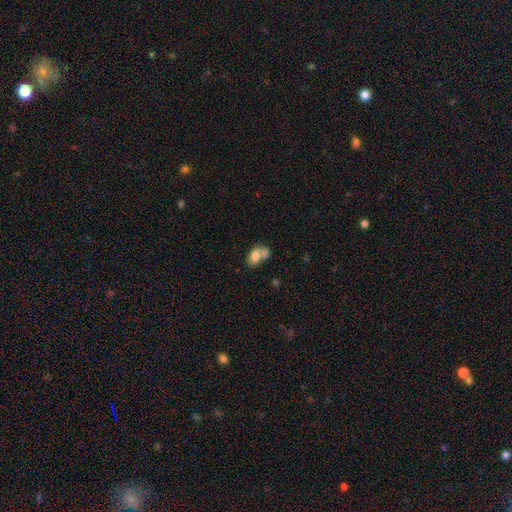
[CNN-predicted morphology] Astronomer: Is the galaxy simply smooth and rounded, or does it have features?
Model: smooth — 76%.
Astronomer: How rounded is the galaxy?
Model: in between — 82%.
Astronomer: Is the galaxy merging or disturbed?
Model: merger — 51% (runner-up: none, 27%).